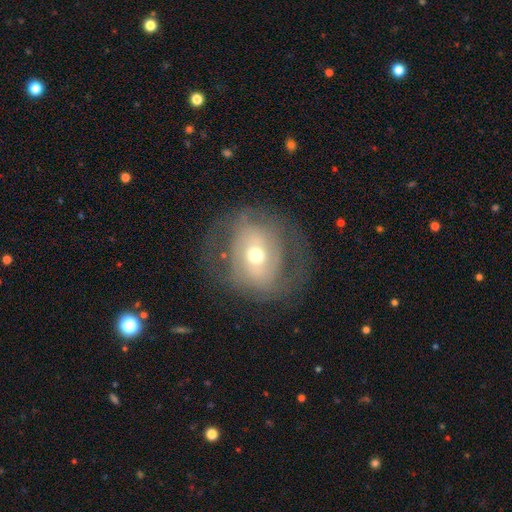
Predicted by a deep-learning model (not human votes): Smooth or featured?
  - featured or disk: 58% *
  - smooth: 33%
  - star or artifact: 9%
Edge-on disk?
  - no: 94% *
  - yes: 6%
Bar?
  - no: 55% *
  - weak: 28%
  - strong: 17%
Spiral arms?
  - no: 51% *
  - yes: 49%
Bulge size?
  - moderate: 62% *
  - small: 30%
  - large: 6%
  - dominant: 1%
  - none: 1%
Merging?
  - none: 65% *
  - minor disturbance: 17%
  - major disturbance: 16%
  - merger: 1%